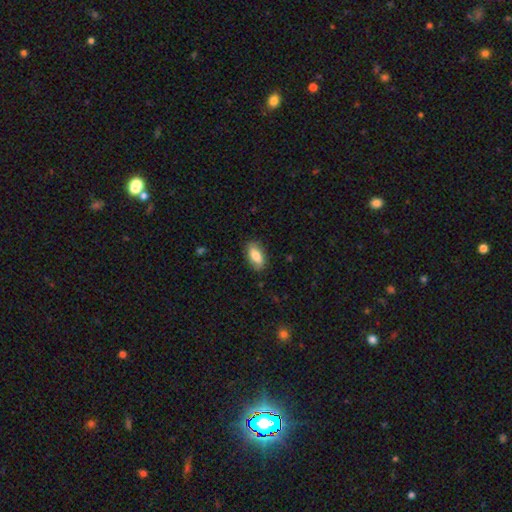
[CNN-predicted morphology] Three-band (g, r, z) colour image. It shows a smooth galaxy with no disk features (75%) that is in between round and cigar-shaped (88%). Merging: none (83%).